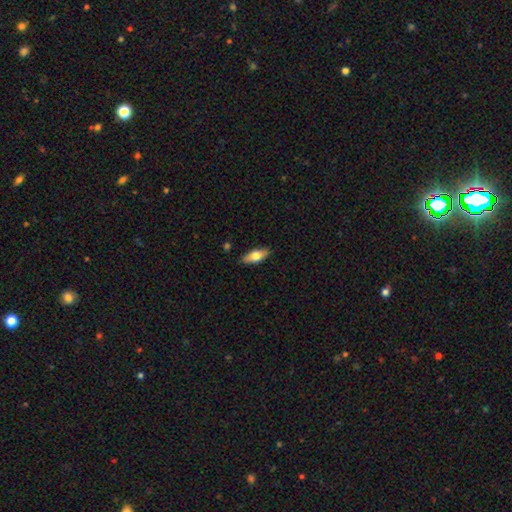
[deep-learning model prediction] A smooth galaxy with no disk features (66%) that is in between round and cigar-shaped (80%). Merging: none (87%).